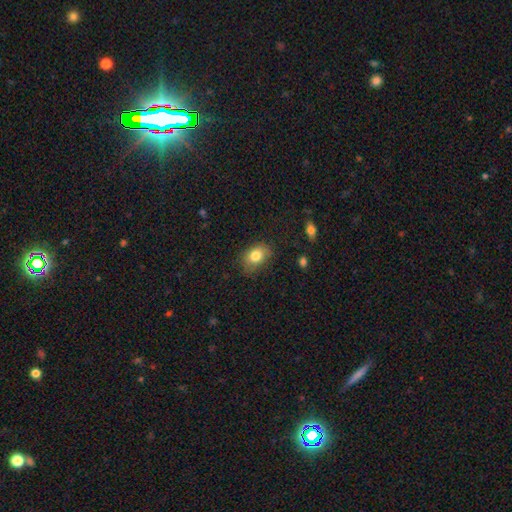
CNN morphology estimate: smooth-or-featured: smooth: 81% | featured or disk: 10% | star or artifact: 9%
  how-rounded: in between: 77% | round: 22% | cigar-shaped: 1%
  merging: none: 75% | minor disturbance: 19% | major disturbance: 4% | merger: 1%